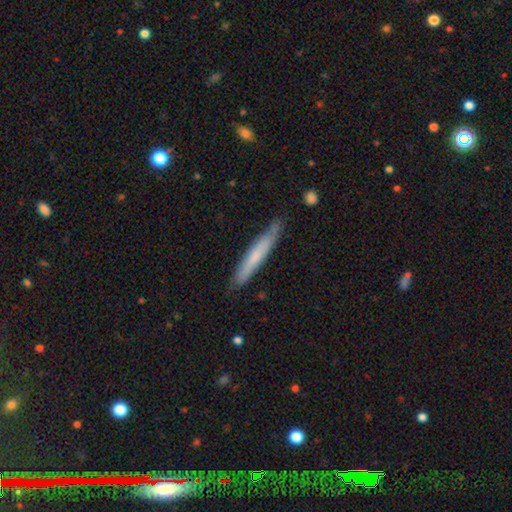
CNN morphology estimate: Smooth or featured? Predicted: smooth (p=0.61). How rounded? Predicted: cigar-shaped (p=0.94). Merging? Predicted: none (p=0.80).